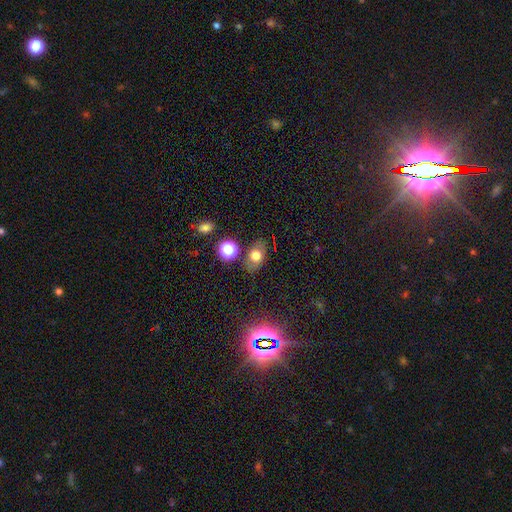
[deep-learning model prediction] The model was most divided on "how rounded": in between: 72%, round: 25%, cigar-shaped: 2%. More confident: merging — none (79%); smooth or featured — smooth (67%).